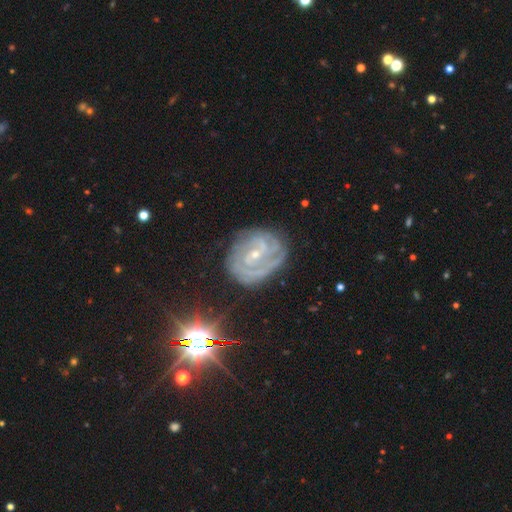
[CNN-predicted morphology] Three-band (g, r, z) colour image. It shows a featured or disk galaxy (84%) with a weak bar (45%), 2 (29%) tight (67%) spiral arms (95%) and a small central bulge (79%). Merging: none (73%).